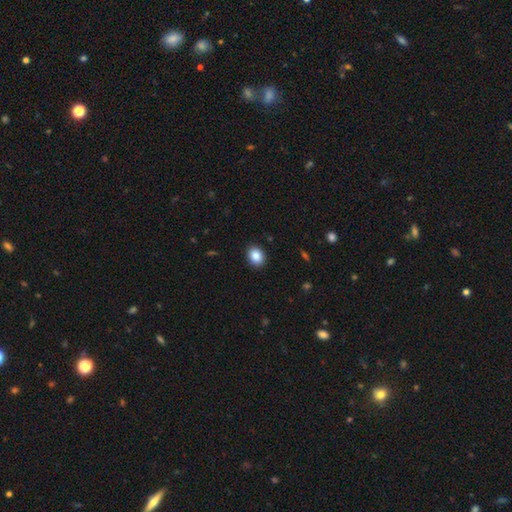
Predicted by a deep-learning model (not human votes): This appears to be a smooth galaxy with no disk features (87%) that is in between round and cigar-shaped (55%). Merging: none (91%).